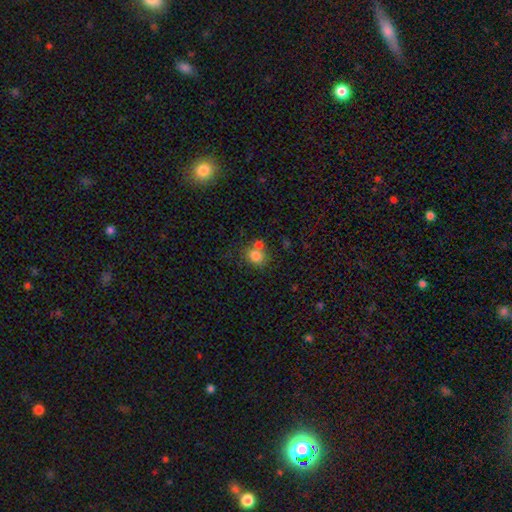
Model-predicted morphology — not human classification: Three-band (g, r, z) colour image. It shows a smooth galaxy with no disk features (80%) that is round (71%). Merging: none (53%).